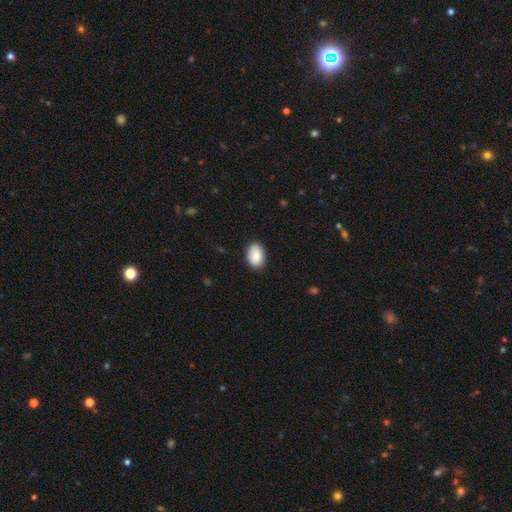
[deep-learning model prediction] Smooth or featured? Predicted: smooth (p=0.88). How rounded? Predicted: in between (p=0.90). Merging? Predicted: none (p=0.85).